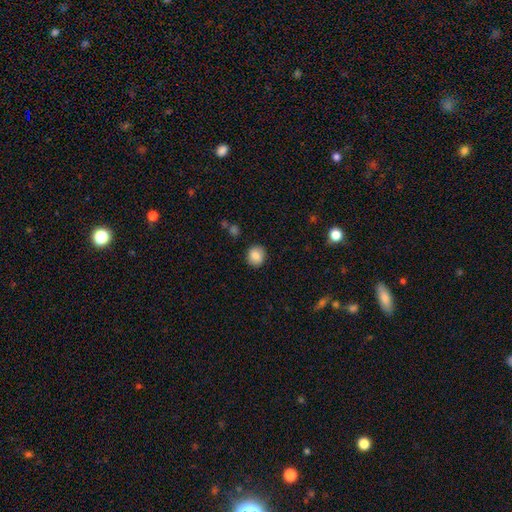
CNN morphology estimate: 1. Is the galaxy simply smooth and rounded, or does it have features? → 85% smooth, 8% star or artifact, 6% featured or disk.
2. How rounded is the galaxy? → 79% round, 20% in between, 1% cigar-shaped.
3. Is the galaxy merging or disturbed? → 88% none, 9% minor disturbance, 2% major disturbance, 1% merger.